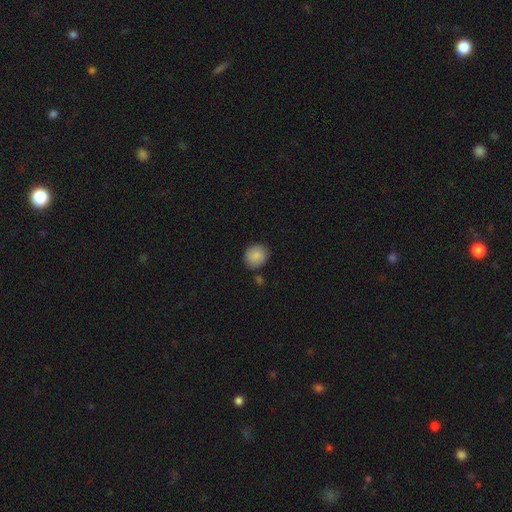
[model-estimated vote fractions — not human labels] This is clearly a smooth galaxy (88%). How rounded: clearly round (81%). Merging: clearly none (83%).